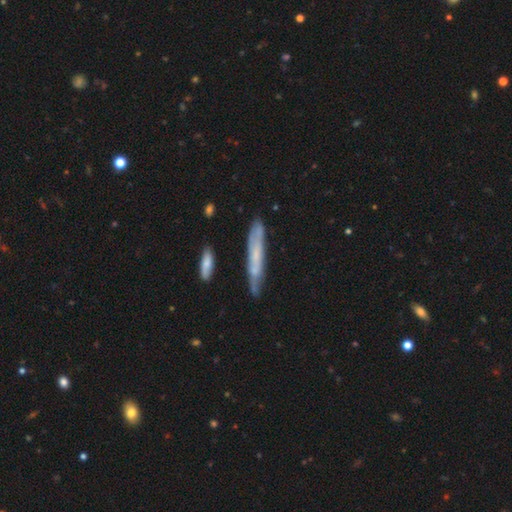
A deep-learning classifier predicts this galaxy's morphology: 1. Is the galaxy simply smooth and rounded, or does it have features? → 47% smooth, 46% featured or disk, 7% star or artifact.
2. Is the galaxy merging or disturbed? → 74% none, 18% minor disturbance, 4% merger, 4% major disturbance.